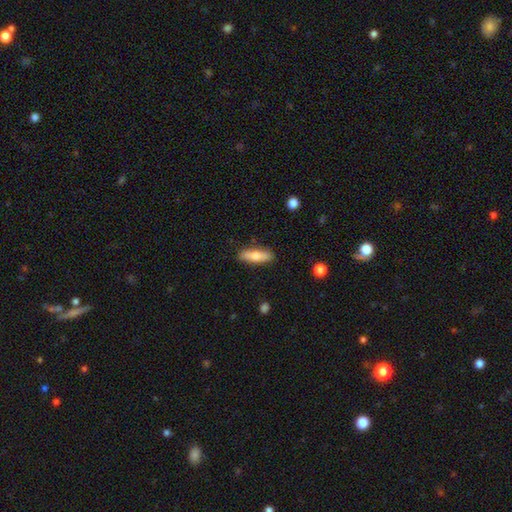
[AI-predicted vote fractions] Morphology: type=smooth (71%); roundness=cigar-shaped (55%); merging=none (87%).